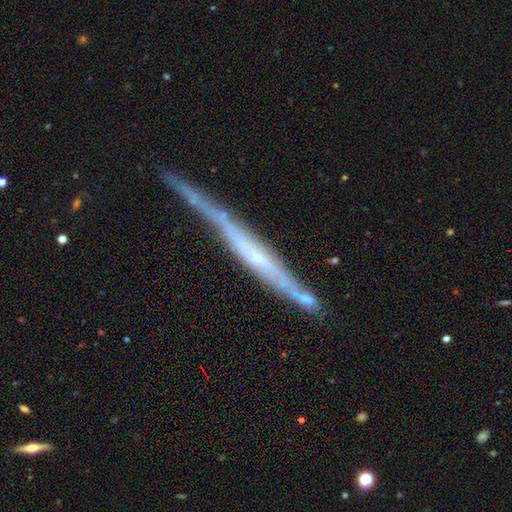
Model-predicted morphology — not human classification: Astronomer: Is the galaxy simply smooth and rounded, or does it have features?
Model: featured or disk — 76%.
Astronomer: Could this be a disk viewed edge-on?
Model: yes — 93%.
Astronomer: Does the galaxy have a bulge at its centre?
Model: none — 60%.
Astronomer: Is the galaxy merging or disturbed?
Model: none — 67%.